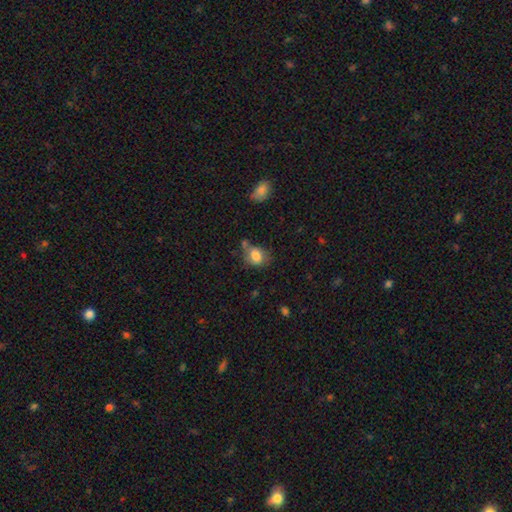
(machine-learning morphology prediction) smooth-or-featured: smooth: 79% | featured or disk: 12% | star or artifact: 9%
  how-rounded: in between: 58% | round: 40% | cigar-shaped: 1%
  merging: none: 53% | minor disturbance: 25% | merger: 13% | major disturbance: 9%